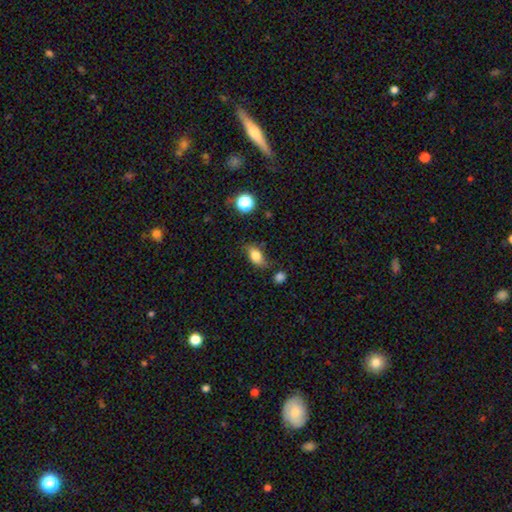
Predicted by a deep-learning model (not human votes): This appears to be a smooth galaxy with no disk features (78%) that is in between round and cigar-shaped (80%). Merging: none (71%).